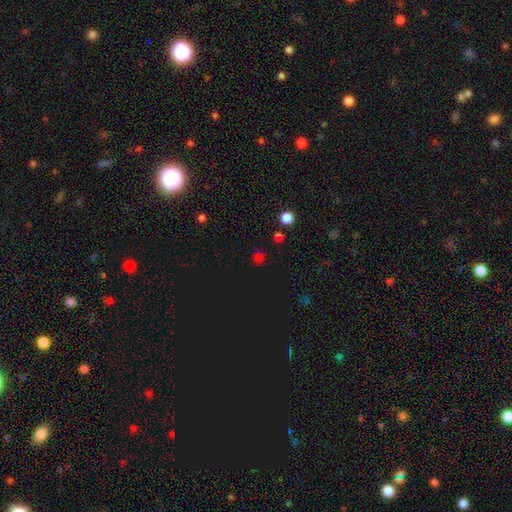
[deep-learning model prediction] A smooth galaxy with no disk features (50%).

Vote fractions:
- Smooth or featured? smooth: 50% / star or artifact: 45% / featured or disk: 5%
- Merging? none: 82% / minor disturbance: 10% / merger: 4% / major disturbance: 4%